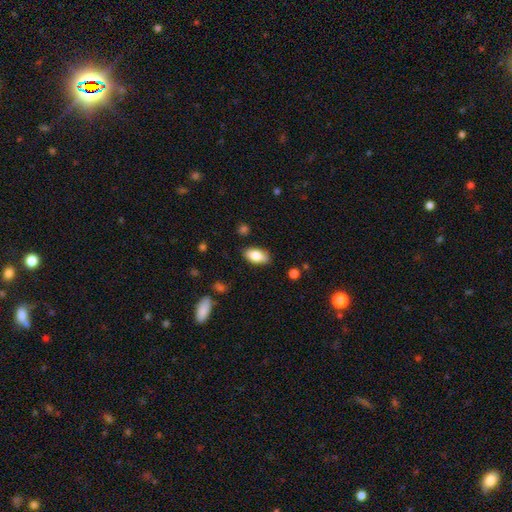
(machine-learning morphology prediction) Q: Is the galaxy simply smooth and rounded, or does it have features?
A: smooth — 82%.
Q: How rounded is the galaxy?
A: in between — 91%.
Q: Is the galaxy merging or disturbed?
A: none — 81%.